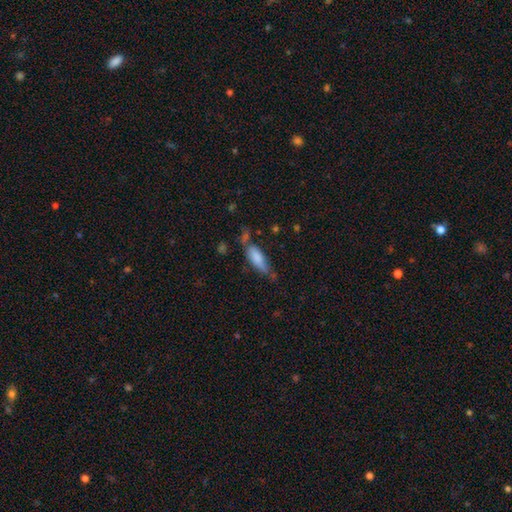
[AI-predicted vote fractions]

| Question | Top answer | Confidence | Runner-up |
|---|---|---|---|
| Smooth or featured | smooth | 74% | featured or disk (19%) |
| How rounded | in between | 60% | cigar-shaped (38%) |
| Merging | none | 43% | minor disturbance (32%) |